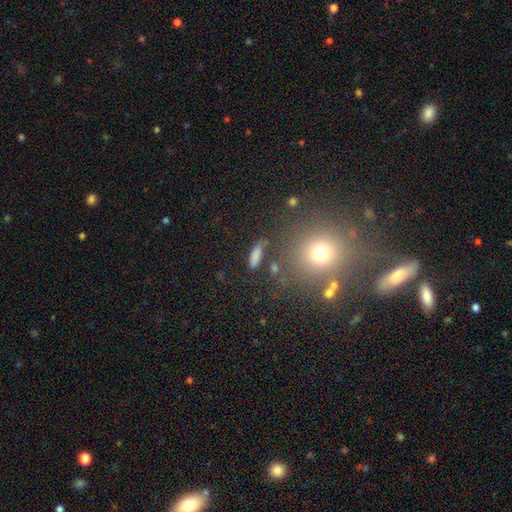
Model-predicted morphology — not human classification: Smooth or featured? smooth (77%)
How rounded? in between (48%)
Merging? none (68%)